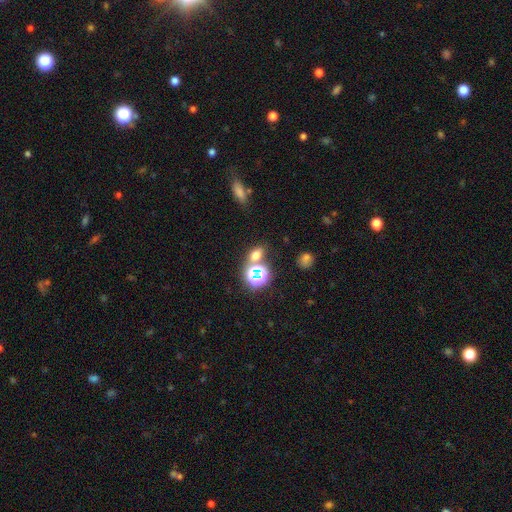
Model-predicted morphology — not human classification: Smooth or featured: smooth — 59% (star or artifact — 32%)
How rounded: in between — 61% (round — 36%)
Merging: none — 64% (merger — 22%)